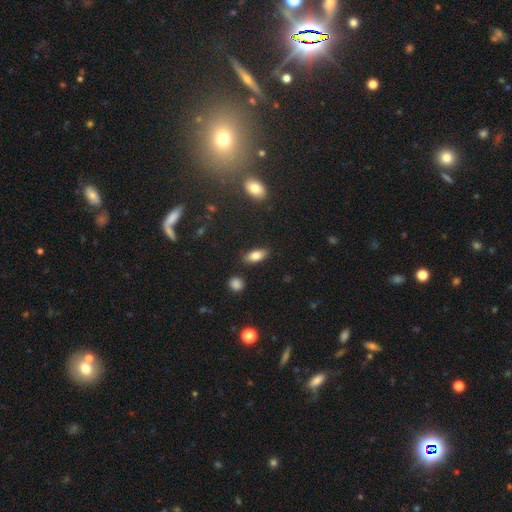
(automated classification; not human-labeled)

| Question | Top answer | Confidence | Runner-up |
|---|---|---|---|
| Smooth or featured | smooth | 81% | featured or disk (11%) |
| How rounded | in between | 85% | cigar-shaped (11%) |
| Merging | none | 86% | minor disturbance (10%) |